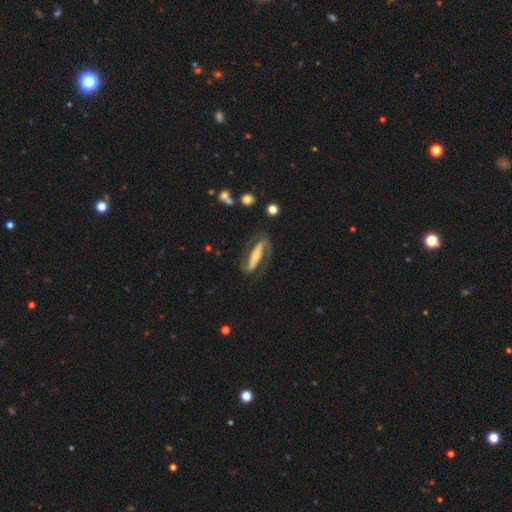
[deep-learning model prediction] Morphology: type=featured or disk (73%); edge-on=no (74%); bar=strong (58%); spiral arms=yes (87%); bulge=moderate (41%); merging=none (64%).